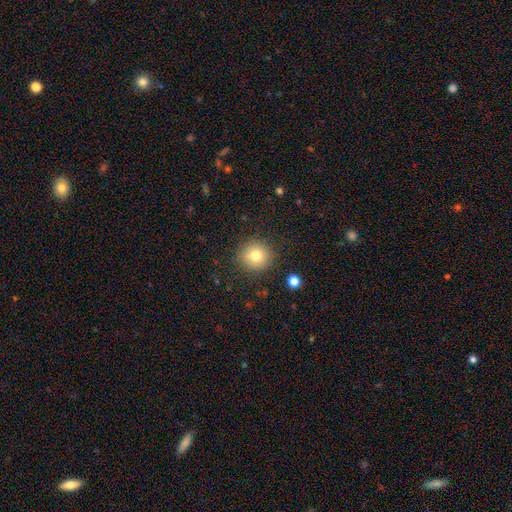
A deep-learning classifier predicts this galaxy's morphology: Smooth or featured?
  - smooth: 78% *
  - star or artifact: 12%
  - featured or disk: 10%
How rounded?
  - round: 92% *
  - in between: 7%
  - cigar-shaped: 1%
Merging?
  - none: 88% *
  - minor disturbance: 8%
  - major disturbance: 3%
  - merger: 1%